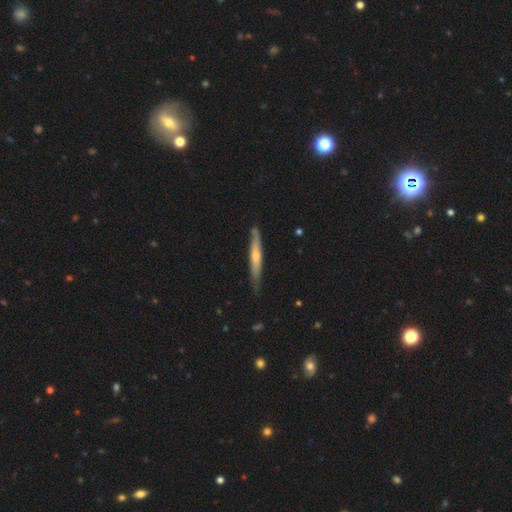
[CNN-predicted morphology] Smooth or featured: featured or disk — 54% (smooth — 41%)
Edge-on disk: yes — 90% (no — 10%)
Merging: none — 76% (minor disturbance — 19%)